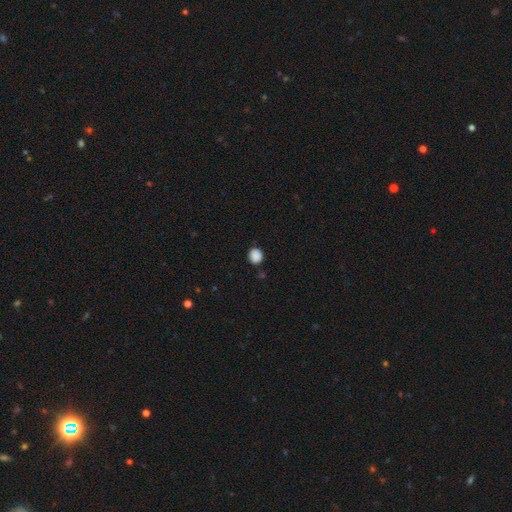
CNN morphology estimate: A smooth galaxy with no disk features (87%) that is round (79%).

Vote fractions:
- Smooth or featured? smooth: 87% / star or artifact: 10% / featured or disk: 3%
- How rounded? round: 79% / in between: 20% / cigar-shaped: 1%
- Merging? none: 84% / minor disturbance: 11% / major disturbance: 3% / merger: 2%